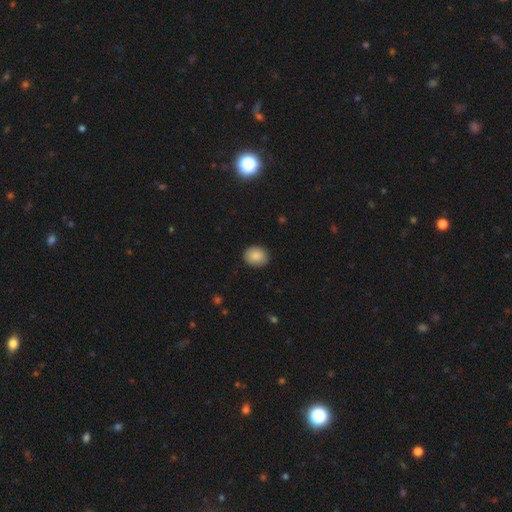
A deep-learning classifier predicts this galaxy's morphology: smooth 88%, star or artifact 8%, featured or disk 4%. Down the decision tree: how rounded — round (59%); merging — none (89%).